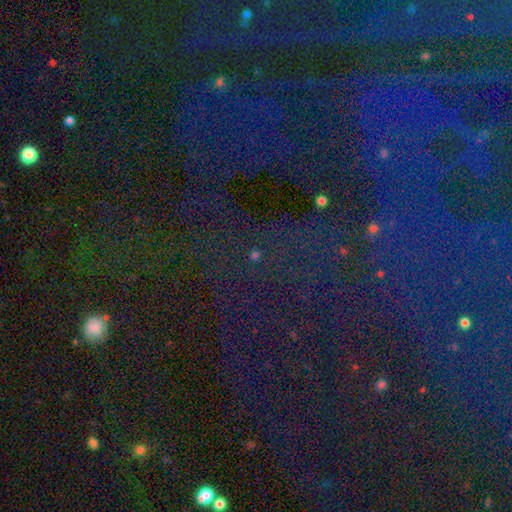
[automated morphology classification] This is likely a star or artifact rather than a galaxy (80%).